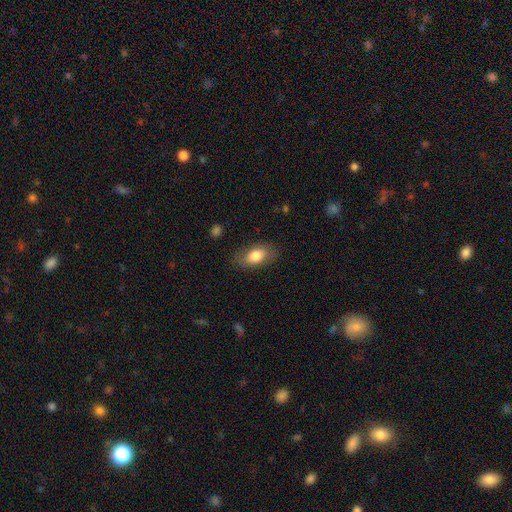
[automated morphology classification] Smooth or featured? smooth (79%)
How rounded? in between (89%)
Merging? none (81%)